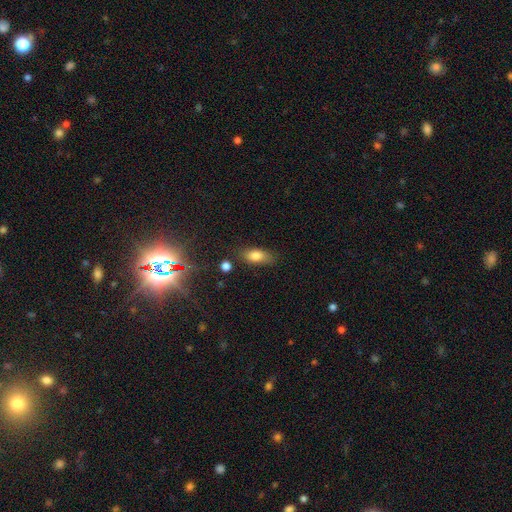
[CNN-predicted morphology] Smooth or featured? Predicted: smooth (p=0.80). How rounded? Predicted: in between (p=0.82). Merging? Predicted: none (p=0.75).